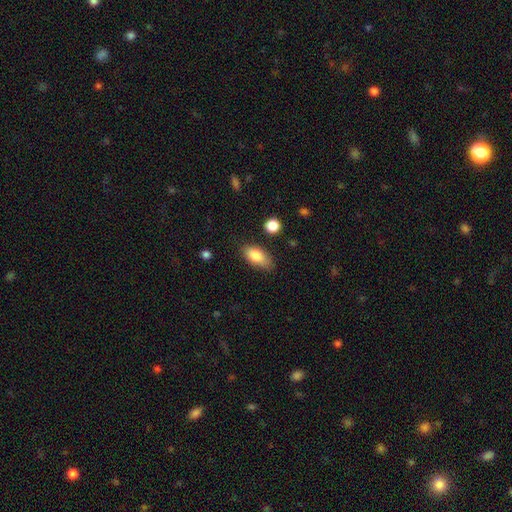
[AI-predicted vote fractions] Q: Smooth or featured?
A: smooth (82%); runner-up: featured or disk (11%)
Q: How rounded?
A: in between (88%); runner-up: cigar-shaped (8%)
Q: Merging?
A: none (76%); runner-up: minor disturbance (18%)